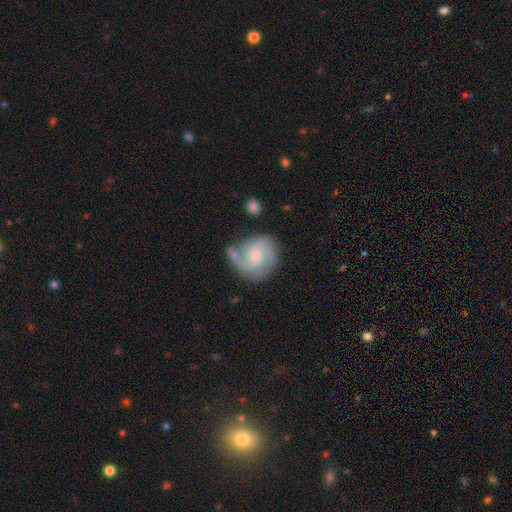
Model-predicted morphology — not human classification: smooth_or_featured: featured or disk (p=0.85) [alt: smooth p=0.10]
disk_edge_on: no (p=0.98) [alt: yes p=0.02]
bar: no (p=0.62) [alt: weak p=0.32]
has_spiral_arms: yes (p=0.97) [alt: no p=0.03]
spiral_winding: medium (p=0.52) [alt: tight p=0.35]
spiral_arm_count: 2 (p=0.73) [alt: 3 p=0.15]
bulge_size: small (p=0.59) [alt: moderate p=0.36]
merging: none (p=0.66) [alt: minor disturbance p=0.19]